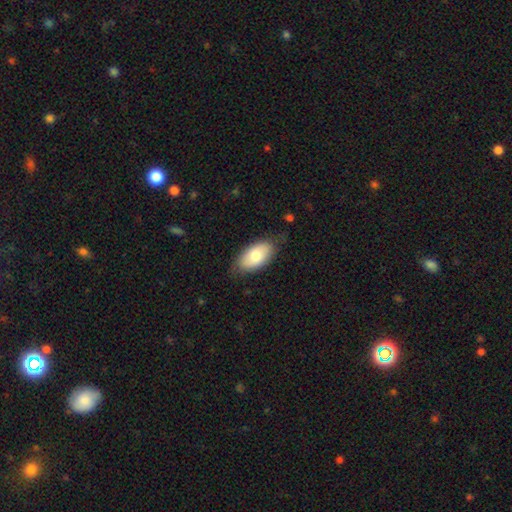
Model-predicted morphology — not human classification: Q: Smooth or featured?
A: smooth (77%); runner-up: featured or disk (17%)
Q: How rounded?
A: in between (94%); runner-up: round (3%)
Q: Merging?
A: none (76%); runner-up: minor disturbance (19%)